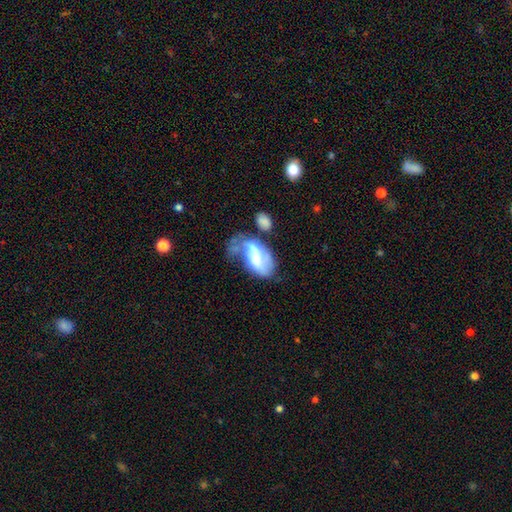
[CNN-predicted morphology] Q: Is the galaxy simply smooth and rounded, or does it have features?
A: smooth — 47%.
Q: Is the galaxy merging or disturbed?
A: major disturbance — 34%.